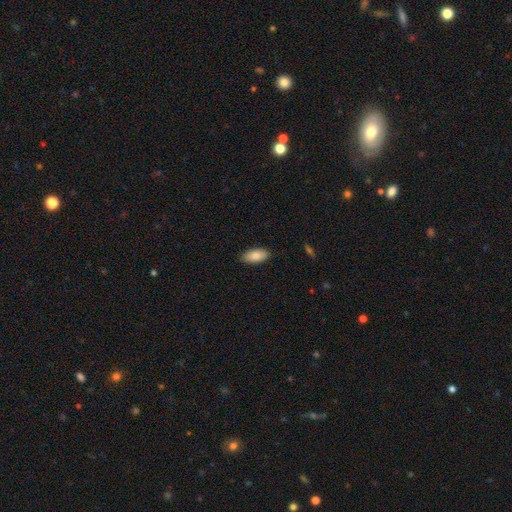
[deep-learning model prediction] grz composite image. It shows a smooth galaxy with no disk features (87%) that is in between round and cigar-shaped (91%). Merging: none (87%).